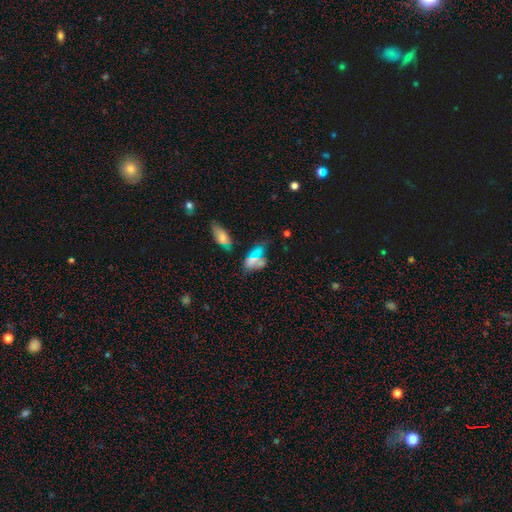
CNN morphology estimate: The model was most divided on "merging": none: 40%, minor disturbance: 24%, merger: 20%, major disturbance: 15%. More confident: how rounded — in between (87%); smooth or featured — smooth (62%).